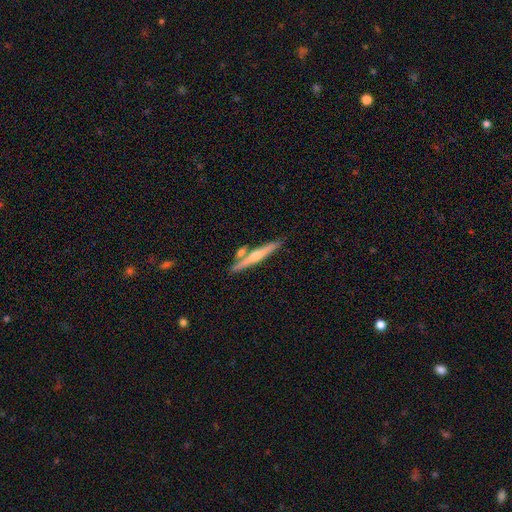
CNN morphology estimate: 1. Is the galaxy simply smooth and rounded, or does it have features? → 65% featured or disk, 29% smooth, 6% star or artifact.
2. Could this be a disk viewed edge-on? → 97% yes, 3% no.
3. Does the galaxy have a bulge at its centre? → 84% rounded, 12% none, 4% boxy.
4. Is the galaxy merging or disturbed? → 80% none, 9% minor disturbance, 9% merger, 2% major disturbance.